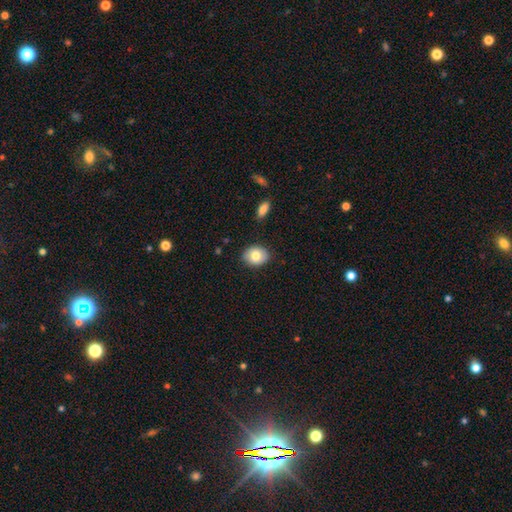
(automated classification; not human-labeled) A smooth galaxy with no disk features (79%) that is in between round and cigar-shaped (59%). Merging: none (86%).